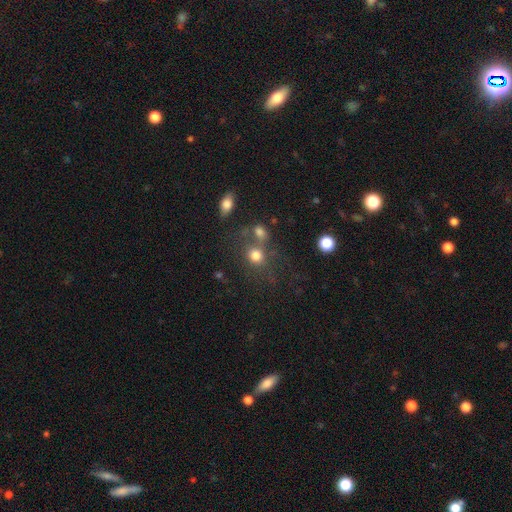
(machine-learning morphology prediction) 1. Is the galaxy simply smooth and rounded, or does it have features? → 75% smooth, 14% star or artifact, 10% featured or disk.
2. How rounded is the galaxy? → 73% round, 25% in between, 1% cigar-shaped.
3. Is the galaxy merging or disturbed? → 51% none, 27% merger, 13% minor disturbance, 9% major disturbance.